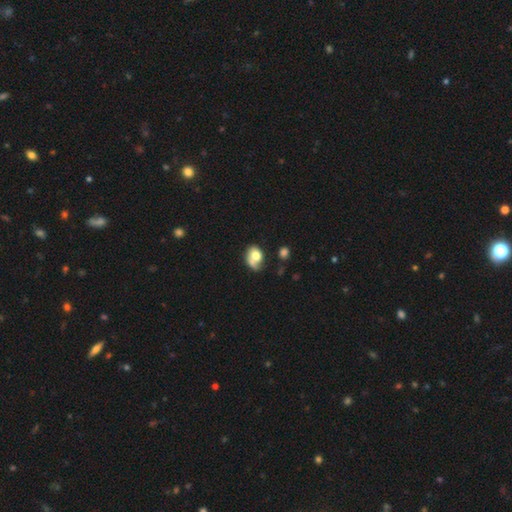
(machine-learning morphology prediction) This is likely a smooth galaxy (63%). How rounded: likely in between (63%). Merging: marginally none (35%).